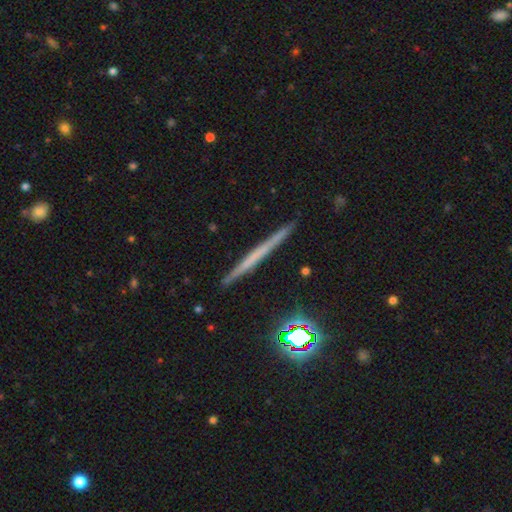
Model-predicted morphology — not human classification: type=featured or disk (52%); edge-on=yes (97%); edge-on bulge=none (90%); merging=none (91%).